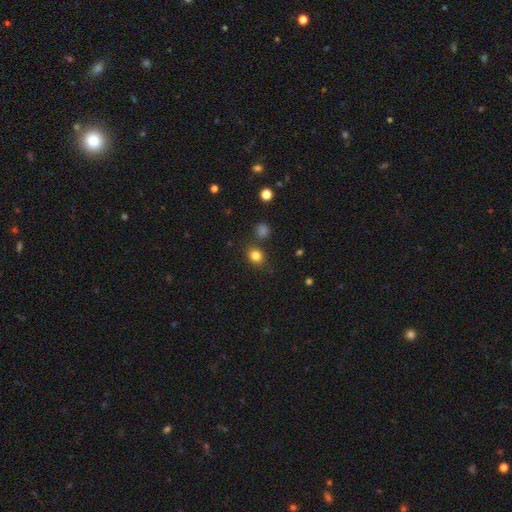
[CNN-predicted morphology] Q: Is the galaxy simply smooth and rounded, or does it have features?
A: smooth — 81%.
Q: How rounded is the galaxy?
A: round — 67%.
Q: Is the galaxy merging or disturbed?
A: none — 77%.